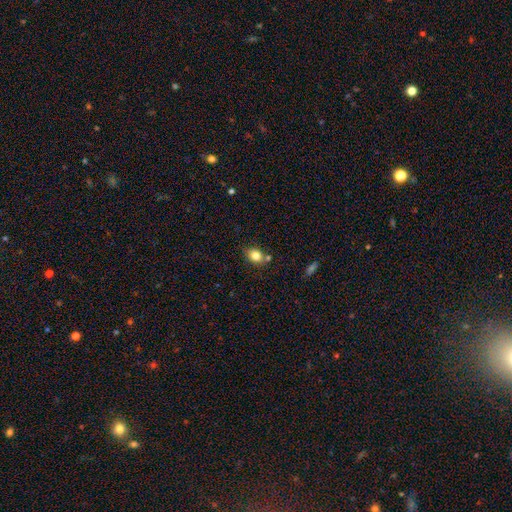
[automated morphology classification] The model was most divided on "how rounded": in between: 60%, round: 39%, cigar-shaped: 1%. More confident: smooth or featured — smooth (81%); merging — none (73%).